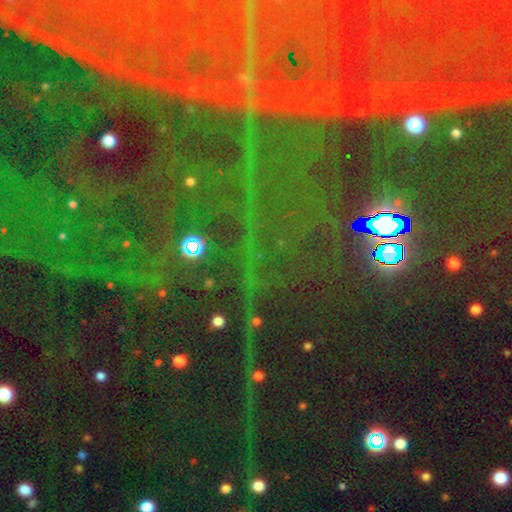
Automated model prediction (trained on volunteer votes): Q: Smooth or featured?
A: star or artifact (85%); runner-up: featured or disk (8%)